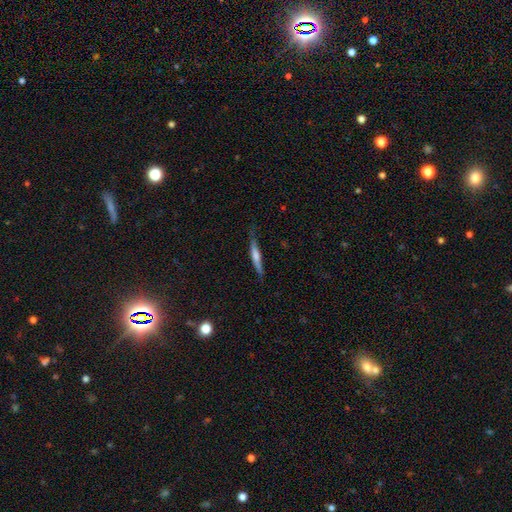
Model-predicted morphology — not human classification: The model was most divided on "smooth or featured": featured or disk: 55%, smooth: 39%, star or artifact: 6%. More confident: edge-on disk — yes (96%); merging — none (78%); edge-on bulge — rounded (61%).